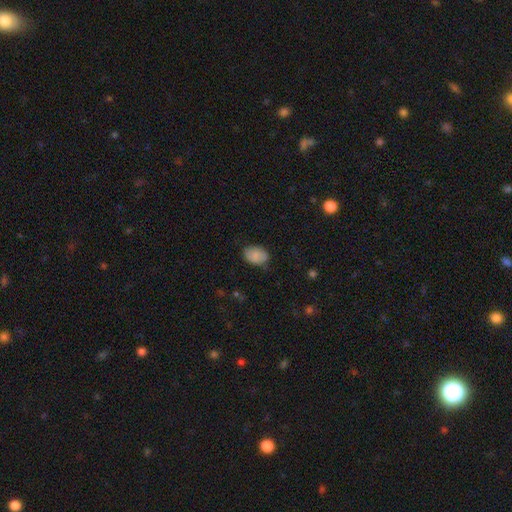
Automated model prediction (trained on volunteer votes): Overall: smooth (85%). How rounded: in between (83%). Merging: none (76%).